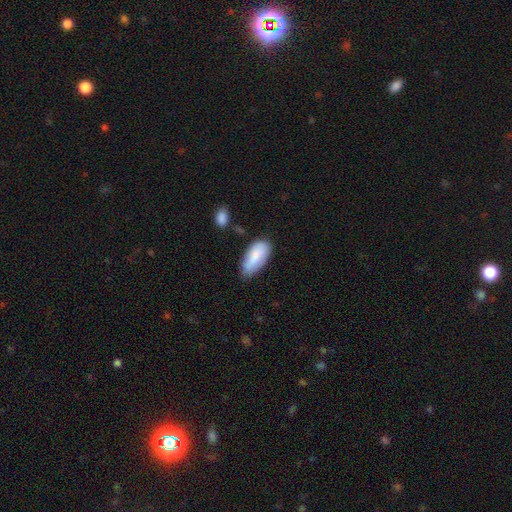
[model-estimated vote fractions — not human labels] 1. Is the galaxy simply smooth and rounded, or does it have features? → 82% smooth, 12% featured or disk, 6% star or artifact.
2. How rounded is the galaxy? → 88% in between, 10% cigar-shaped, 2% round.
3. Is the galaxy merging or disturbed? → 64% none, 26% minor disturbance, 5% major disturbance, 4% merger.